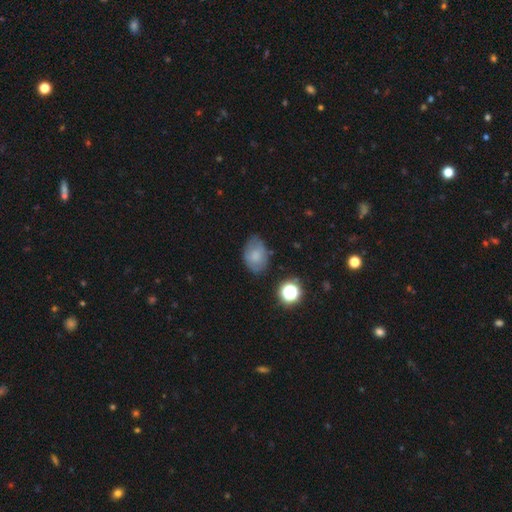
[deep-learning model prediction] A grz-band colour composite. It shows a smooth galaxy with no disk features (73%) that is in between round and cigar-shaped (81%). Merging: none (67%).